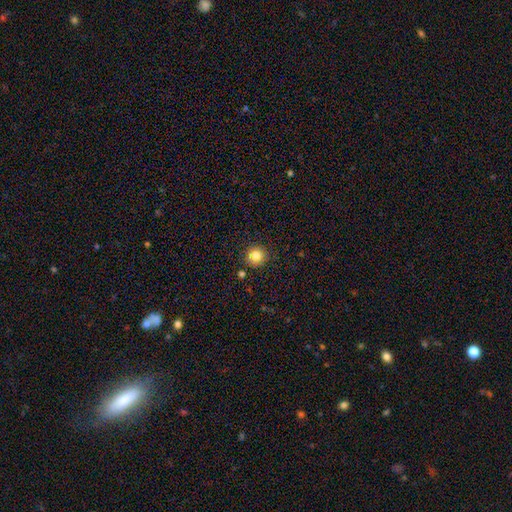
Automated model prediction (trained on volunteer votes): smooth_or_featured: smooth (p=0.83) [alt: star or artifact p=0.11]
how_rounded: round (p=0.91) [alt: in between p=0.08]
merging: none (p=0.88) [alt: minor disturbance p=0.08]